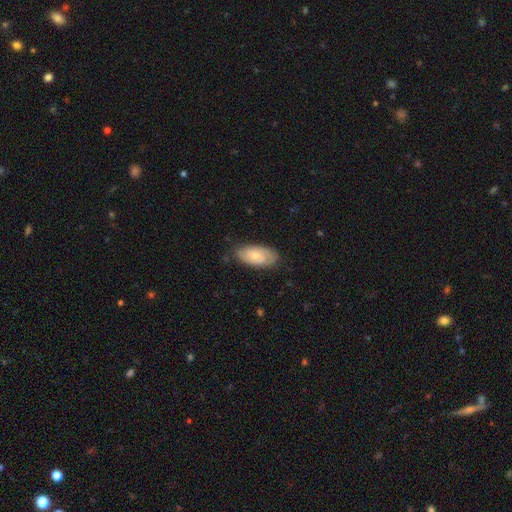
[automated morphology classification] type=smooth (52%); roundness=in between (93%); merging=none (76%).